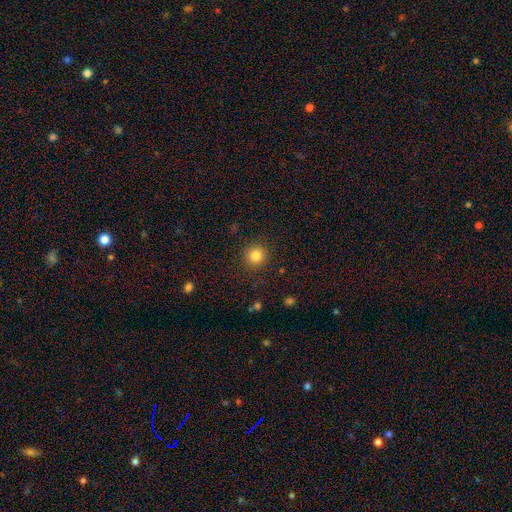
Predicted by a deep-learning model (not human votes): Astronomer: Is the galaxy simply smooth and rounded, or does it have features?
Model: smooth — 83%.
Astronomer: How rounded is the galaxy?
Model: round — 94%.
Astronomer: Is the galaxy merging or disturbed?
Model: none — 90%.